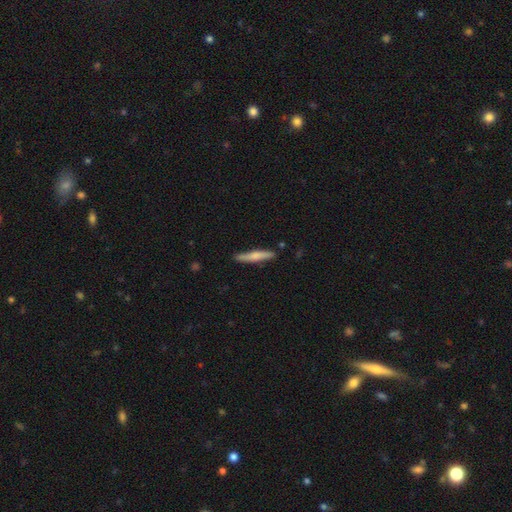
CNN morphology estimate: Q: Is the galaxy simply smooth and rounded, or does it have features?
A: smooth — 61%.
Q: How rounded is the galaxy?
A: cigar-shaped — 92%.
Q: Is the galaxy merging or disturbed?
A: none — 87%.